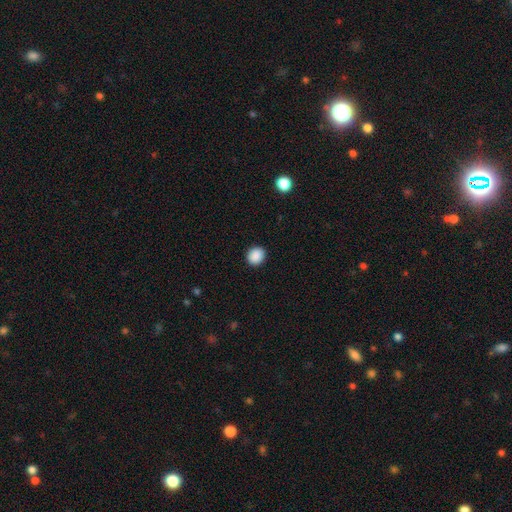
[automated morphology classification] A smooth galaxy with no disk features (89%) that is round (78%). Merging: none (91%).